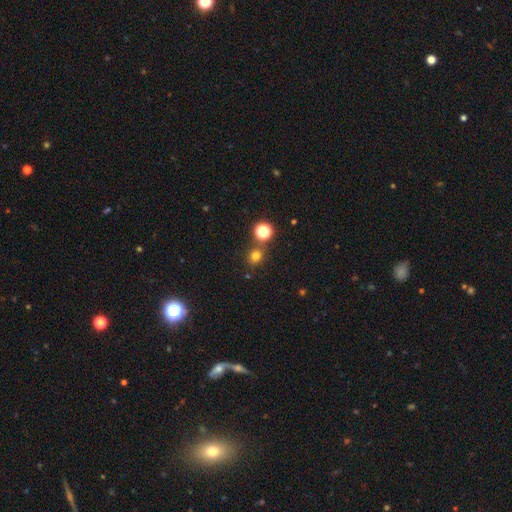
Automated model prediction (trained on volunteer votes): A smooth galaxy with no disk features (73%) that is round (78%). Merging: none (77%).